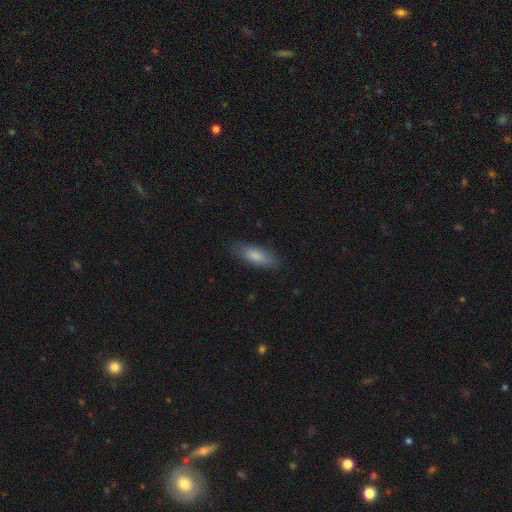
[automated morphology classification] smooth-or-featured: smooth: 81% | featured or disk: 13% | star or artifact: 6%
  how-rounded: in between: 63% | cigar-shaped: 35% | round: 2%
  merging: none: 83% | minor disturbance: 13% | major disturbance: 3% | merger: 1%